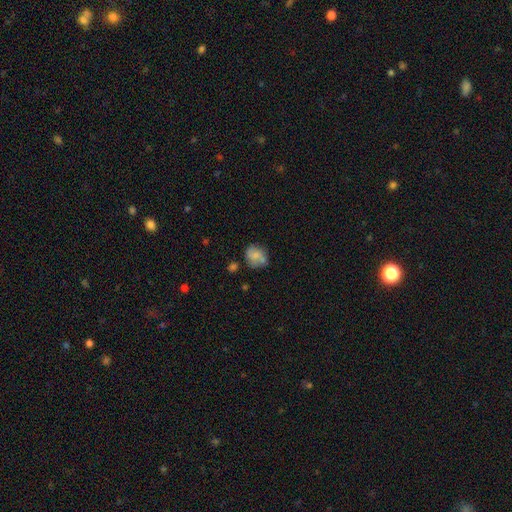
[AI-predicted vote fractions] Smooth or featured?
  - smooth: 66% *
  - featured or disk: 25%
  - star or artifact: 9%
How rounded?
  - round: 63% *
  - in between: 36%
  - cigar-shaped: 1%
Merging?
  - none: 54% *
  - minor disturbance: 24%
  - merger: 13%
  - major disturbance: 9%